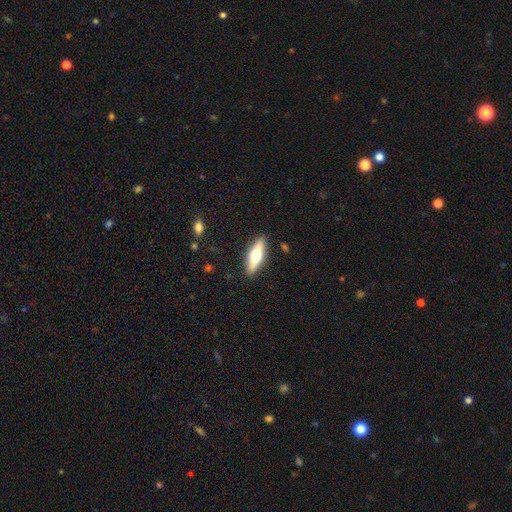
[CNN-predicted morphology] Q: Smooth or featured?
A: featured or disk (49%); runner-up: smooth (46%)
Q: Merging?
A: none (89%); runner-up: minor disturbance (7%)